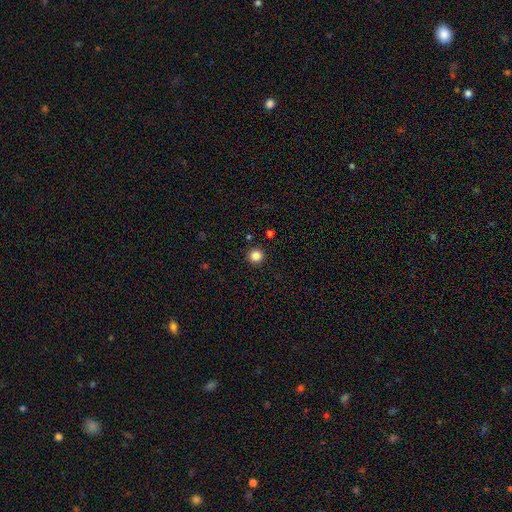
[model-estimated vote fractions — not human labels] Overall: smooth (85%). How rounded: round (95%). Merging: none (92%).